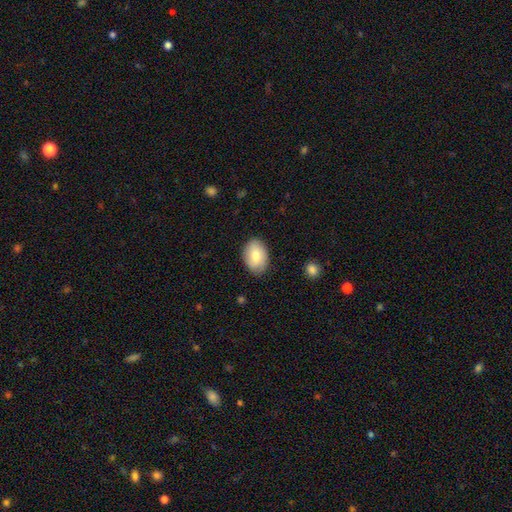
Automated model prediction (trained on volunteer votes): Smooth or featured? Predicted: smooth (p=0.77). How rounded? Predicted: in between (p=0.83). Merging? Predicted: none (p=0.83).